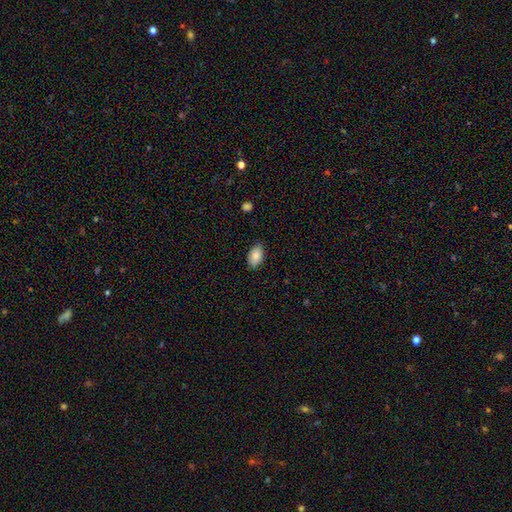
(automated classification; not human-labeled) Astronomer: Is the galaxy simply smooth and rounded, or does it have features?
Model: smooth — 87%.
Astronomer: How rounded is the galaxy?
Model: in between — 94%.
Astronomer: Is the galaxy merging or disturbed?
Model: none — 85%.